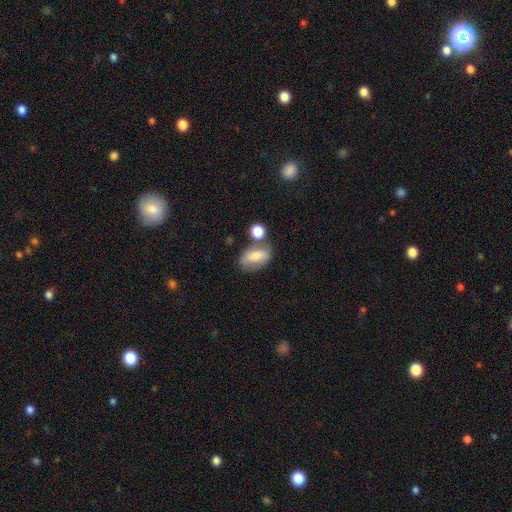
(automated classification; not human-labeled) smooth-or-featured: smooth: 65% | featured or disk: 26% | star or artifact: 9%
  how-rounded: in between: 85% | round: 12% | cigar-shaped: 3%
  merging: none: 51% | merger: 23% | minor disturbance: 19% | major disturbance: 7%